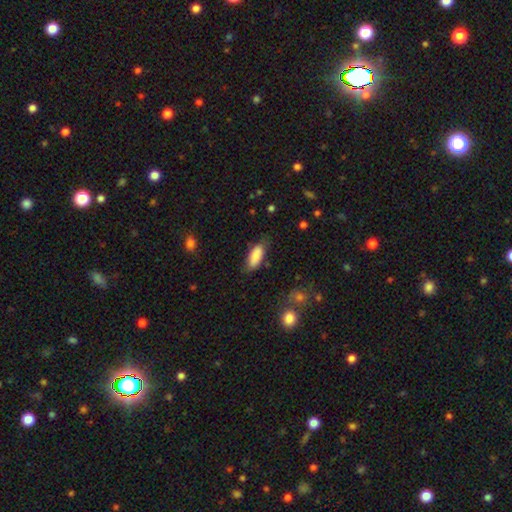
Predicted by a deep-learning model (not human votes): This appears to be a smooth galaxy with no disk features (87%) that is in between round and cigar-shaped (78%). Merging: none (71%).